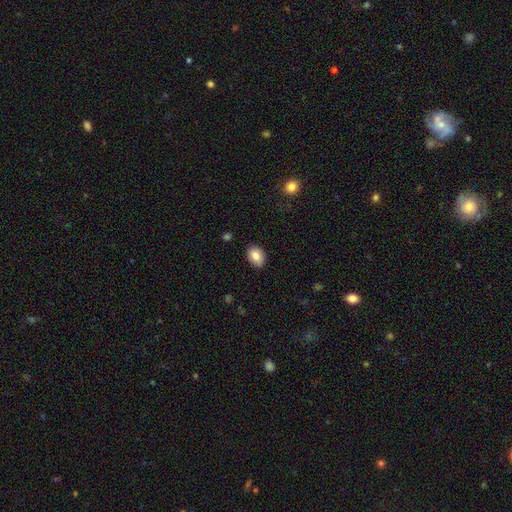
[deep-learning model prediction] Smooth or featured?
  - smooth: 84% *
  - featured or disk: 8%
  - star or artifact: 8%
How rounded?
  - in between: 75% *
  - round: 24%
  - cigar-shaped: 1%
Merging?
  - none: 85% *
  - minor disturbance: 12%
  - major disturbance: 2%
  - merger: 1%